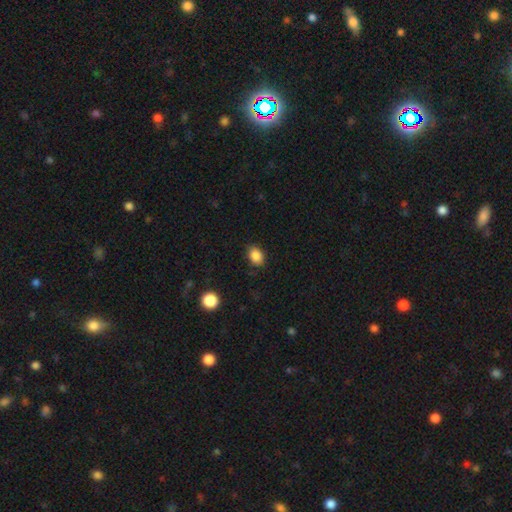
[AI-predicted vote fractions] Q: Smooth or featured?
A: smooth (87%); runner-up: star or artifact (9%)
Q: How rounded?
A: in between (71%); runner-up: round (28%)
Q: Merging?
A: none (83%); runner-up: minor disturbance (13%)